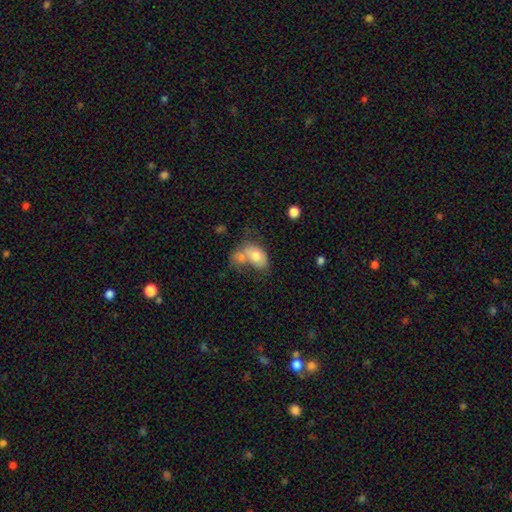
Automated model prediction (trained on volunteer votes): Smooth or featured? smooth (70%)
How rounded? in between (80%)
Merging? merger (55%)